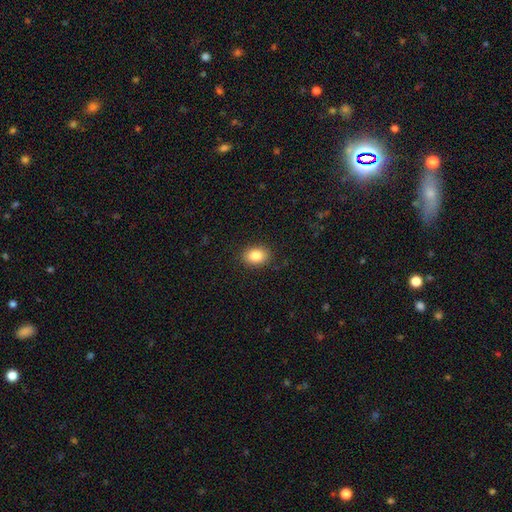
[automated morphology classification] Q: Smooth or featured?
A: smooth (85%); runner-up: star or artifact (9%)
Q: How rounded?
A: in between (69%); runner-up: round (30%)
Q: Merging?
A: none (89%); runner-up: minor disturbance (8%)